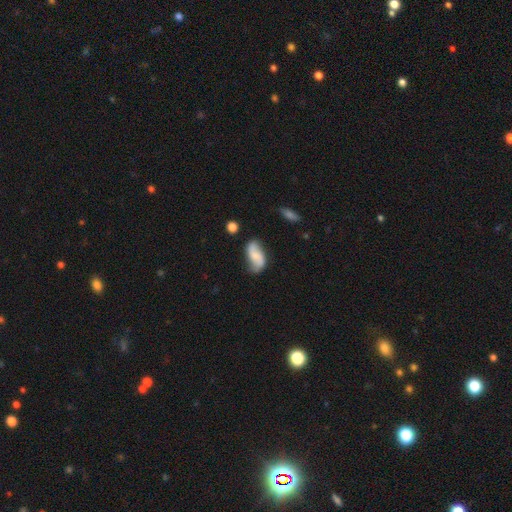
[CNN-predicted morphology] A smooth galaxy with no disk features (47%). Merging: none (63%).